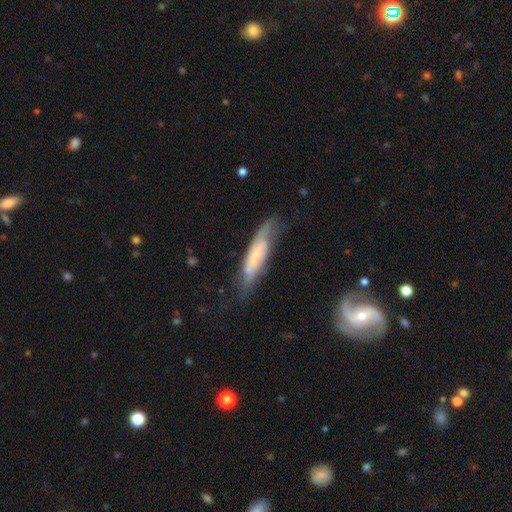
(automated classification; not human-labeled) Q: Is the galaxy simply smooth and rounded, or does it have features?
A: featured or disk — 58%.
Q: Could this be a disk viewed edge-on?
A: no — 55%.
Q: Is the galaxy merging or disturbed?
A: none — 56%.